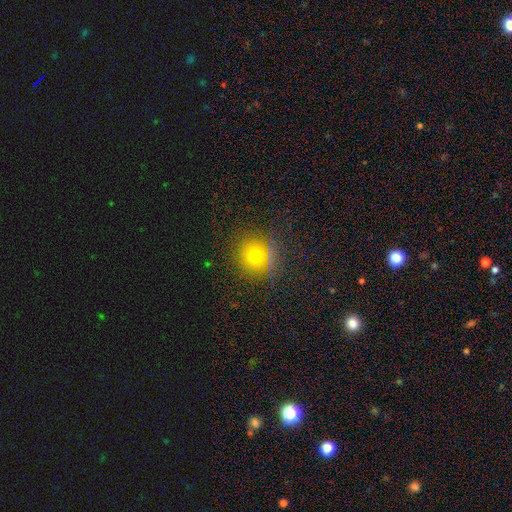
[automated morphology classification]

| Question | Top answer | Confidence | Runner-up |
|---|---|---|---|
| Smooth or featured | smooth | 69% | star or artifact (21%) |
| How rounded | round | 91% | in between (7%) |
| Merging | none | 84% | minor disturbance (9%) |